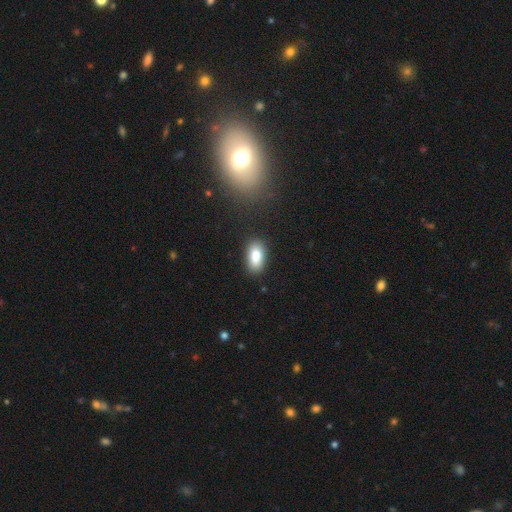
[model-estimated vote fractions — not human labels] This is clearly a smooth galaxy (85%). How rounded: clearly in between (91%). Merging: clearly none (85%).